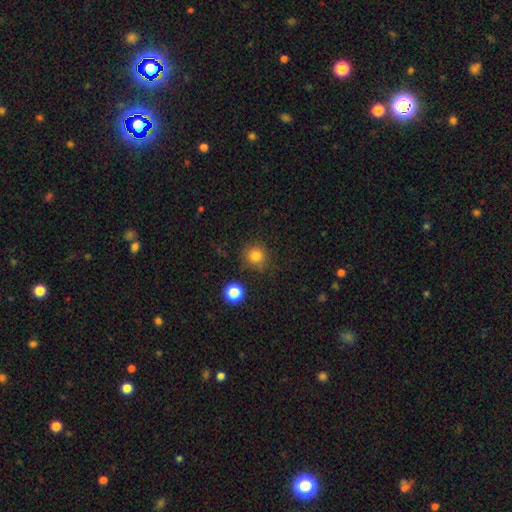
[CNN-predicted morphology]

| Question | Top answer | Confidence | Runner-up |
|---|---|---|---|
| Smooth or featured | smooth | 80% | star or artifact (14%) |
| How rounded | round | 92% | in between (7%) |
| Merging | none | 83% | minor disturbance (11%) |